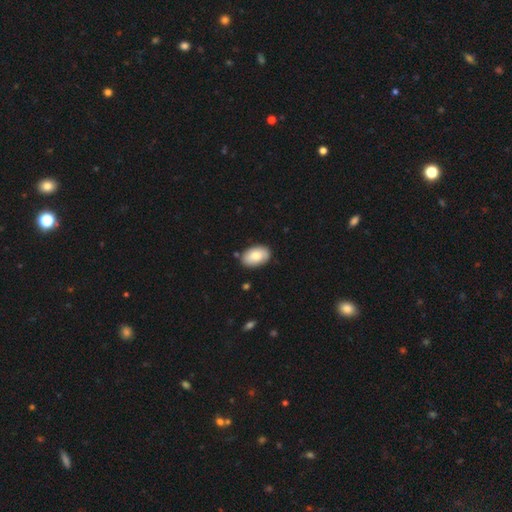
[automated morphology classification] smooth-or-featured: smooth: 82% | featured or disk: 12% | star or artifact: 6%
  how-rounded: in between: 92% | round: 7% | cigar-shaped: 1%
  merging: none: 85% | minor disturbance: 11% | major disturbance: 2% | merger: 2%